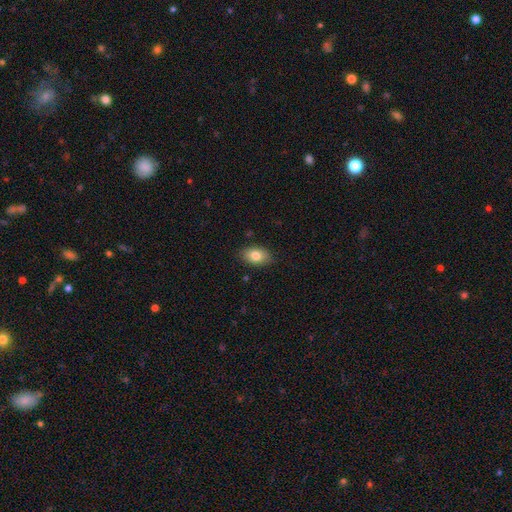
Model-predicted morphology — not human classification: Smooth or featured: smooth — 81% (featured or disk — 11%)
How rounded: in between — 87% (round — 12%)
Merging: none — 86% (minor disturbance — 11%)